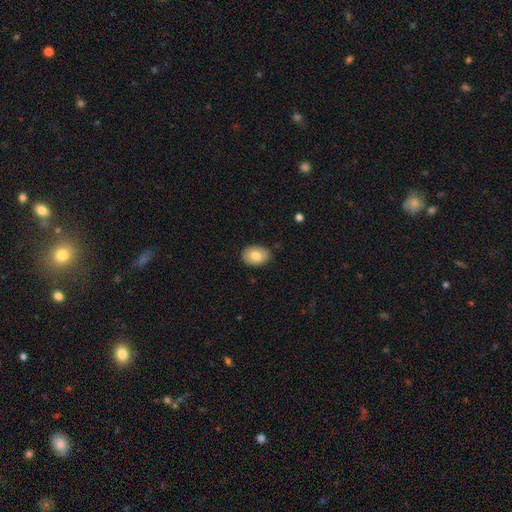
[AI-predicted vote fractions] Smooth or featured?
  - smooth: 78% *
  - featured or disk: 15%
  - star or artifact: 7%
How rounded?
  - in between: 78% *
  - round: 21%
  - cigar-shaped: 1%
Merging?
  - none: 85% *
  - minor disturbance: 12%
  - major disturbance: 2%
  - merger: 1%